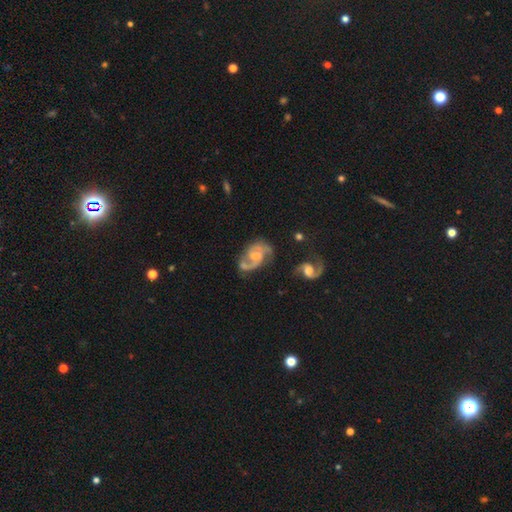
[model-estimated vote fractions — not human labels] Smooth or featured?
  - featured or disk: 85% *
  - smooth: 9%
  - star or artifact: 5%
Edge-on disk?
  - no: 98% *
  - yes: 2%
Bar?
  - weak: 48% *
  - no: 43%
  - strong: 9%
Spiral arms?
  - yes: 95% *
  - no: 5%
Spiral winding?
  - medium: 54% *
  - loose: 28%
  - tight: 18%
Spiral arm count?
  - 2: 87% *
  - can't tell: 5%
  - 1: 4%
  - 3: 3%
  - 4: 1%
  - more than 4: 1%
Bulge size?
  - moderate: 40% * (tied)
  - small: 40% * (tied)
  - none: 15%
  - large: 4%
  - dominant: 1%
Merging?
  - none: 54% *
  - minor disturbance: 22%
  - major disturbance: 13%
  - merger: 10%